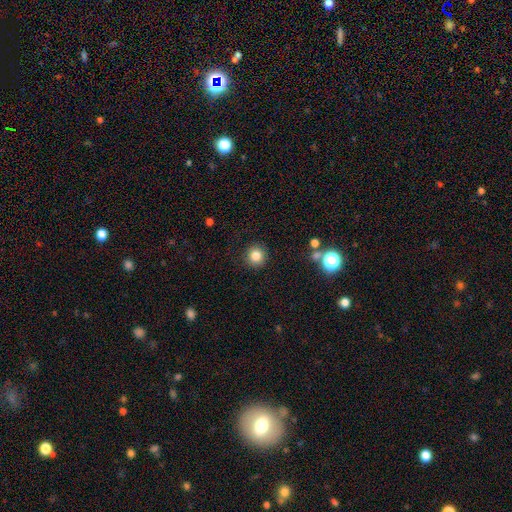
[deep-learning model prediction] Smooth or featured: smooth — 83% (star or artifact — 11%)
How rounded: round — 93% (in between — 6%)
Merging: none — 91% (minor disturbance — 6%)